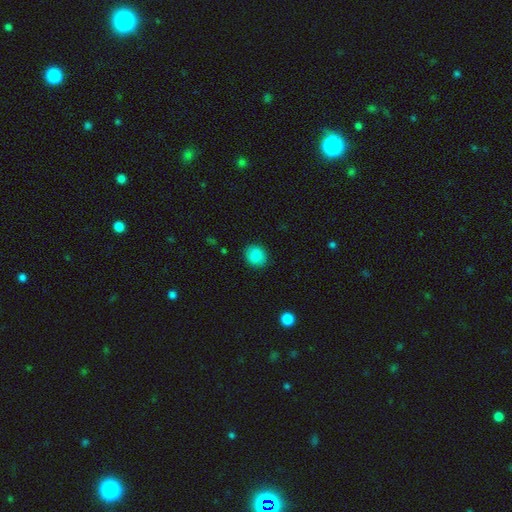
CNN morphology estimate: Overall: smooth (87%). How rounded: round (77%). Merging: none (88%).